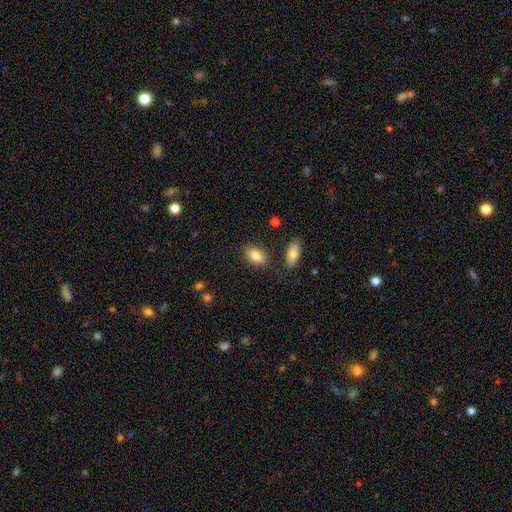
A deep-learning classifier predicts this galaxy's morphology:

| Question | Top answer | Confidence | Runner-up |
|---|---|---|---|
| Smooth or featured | smooth | 81% | featured or disk (11%) |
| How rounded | in between | 89% | round (7%) |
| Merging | none | 78% | minor disturbance (12%) |